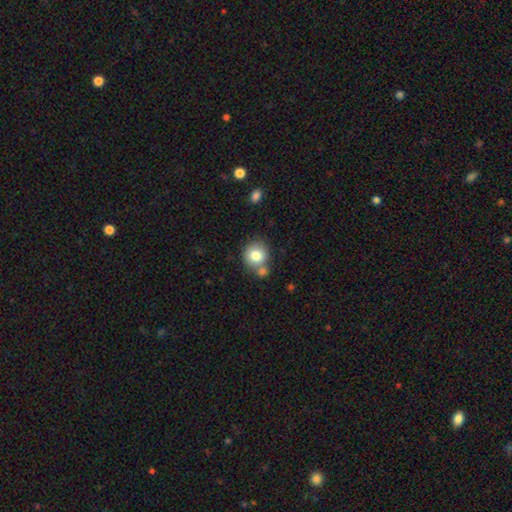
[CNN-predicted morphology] This is likely a smooth galaxy (79%). How rounded: clearly round (86%). Merging: possibly none (60%).